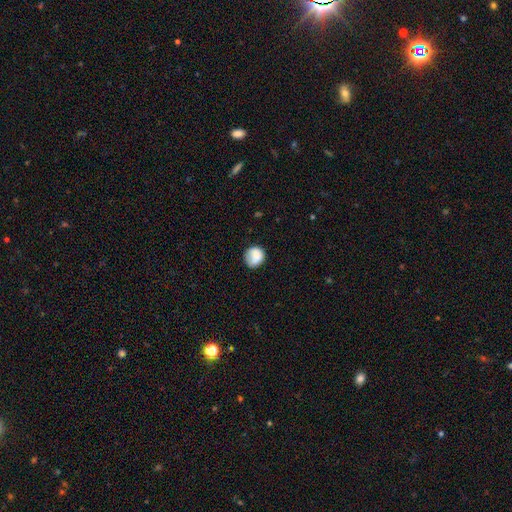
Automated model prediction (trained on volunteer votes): smooth_or_featured: smooth (p=0.83) [alt: featured or disk p=0.09]
how_rounded: round (p=0.83) [alt: in between p=0.16]
merging: none (p=0.70) [alt: minor disturbance p=0.21]